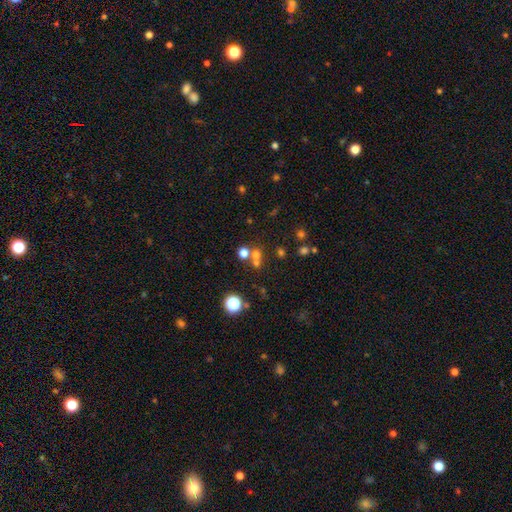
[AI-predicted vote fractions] Q: Smooth or featured?
A: smooth (58%); runner-up: star or artifact (29%)
Q: How rounded?
A: round (84%); runner-up: in between (15%)
Q: Merging?
A: none (51%); runner-up: merger (38%)